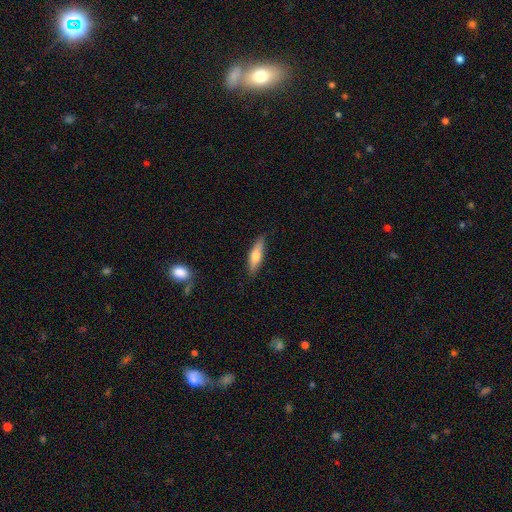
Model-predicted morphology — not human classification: Q: Smooth or featured?
A: smooth (60%); runner-up: featured or disk (35%)
Q: How rounded?
A: cigar-shaped (61%); runner-up: in between (37%)
Q: Merging?
A: none (85%); runner-up: minor disturbance (12%)